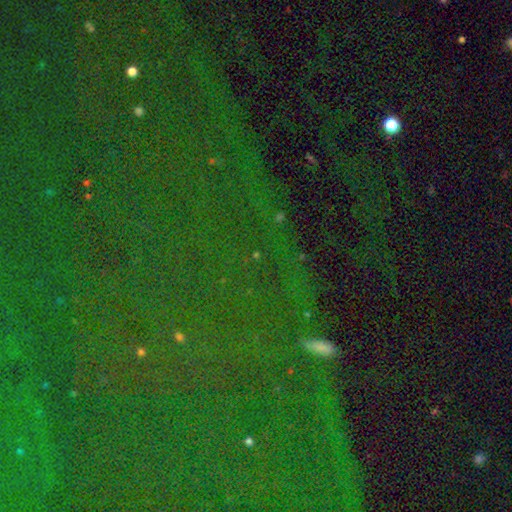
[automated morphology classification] A star or artifact, not a galaxy (84%).